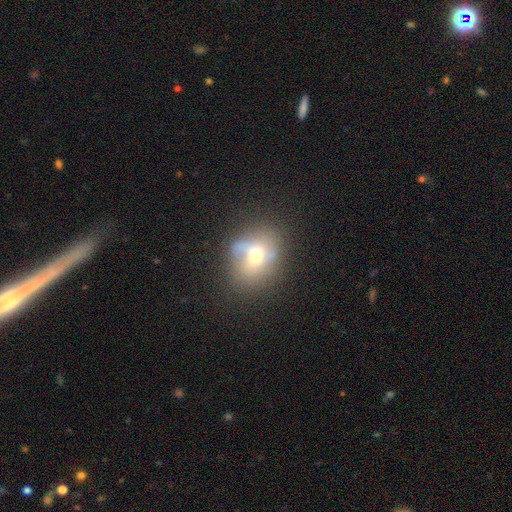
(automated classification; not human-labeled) Smooth or featured?
  - featured or disk: 46% *
  - smooth: 42%
  - star or artifact: 12%
Merging?
  - none: 54% *
  - minor disturbance: 26%
  - major disturbance: 14%
  - merger: 5%